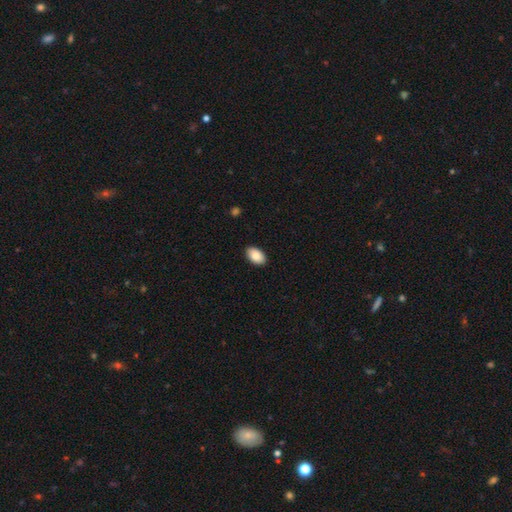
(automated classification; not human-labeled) A smooth galaxy with no disk features (87%) that is in between round and cigar-shaped (93%).

Vote fractions:
- Smooth or featured? smooth: 87% / star or artifact: 7% / featured or disk: 6%
- How rounded? in between: 93% / round: 6% / cigar-shaped: 1%
- Merging? none: 89% / minor disturbance: 8% / major disturbance: 2% / merger: 1%